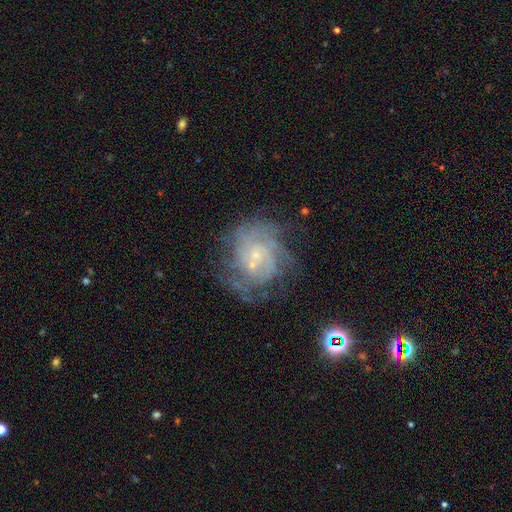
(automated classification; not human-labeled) Smooth or featured? featured or disk (77%)
Edge-on disk? no (98%)
Bar? no (70%)
Spiral arms? yes (87%)
Spiral winding? tight (59%)
Spiral arm count? can't tell (46%)
Bulge size? small (78%)
Merging? none (59%)